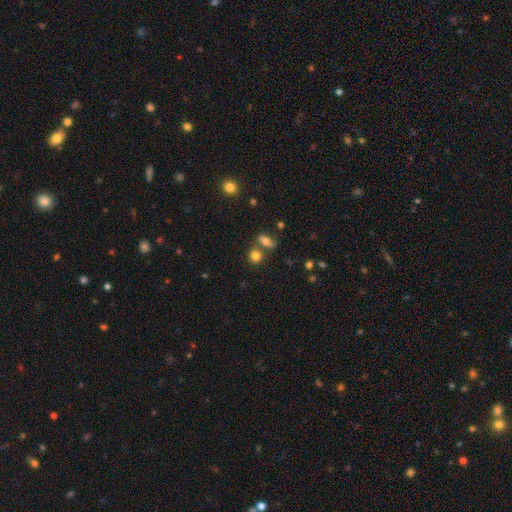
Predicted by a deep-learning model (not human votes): The model was most divided on "merging": none: 63%, merger: 24%, minor disturbance: 10%, major disturbance: 4%. More confident: smooth or featured — smooth (80%); how rounded — round (69%).